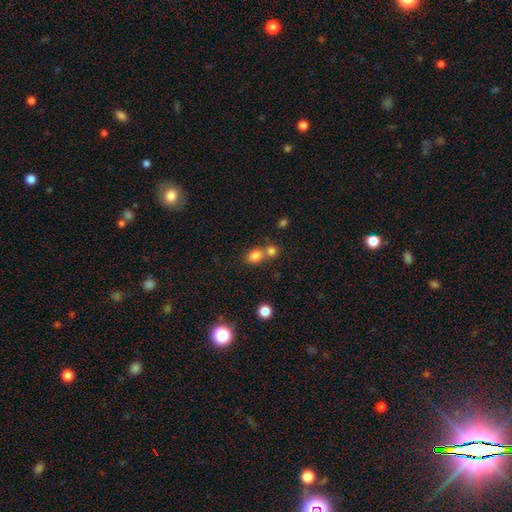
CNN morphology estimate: Smooth or featured? Predicted: smooth (p=0.81). How rounded? Predicted: in between (p=0.50). Merging? Predicted: none (p=0.45).